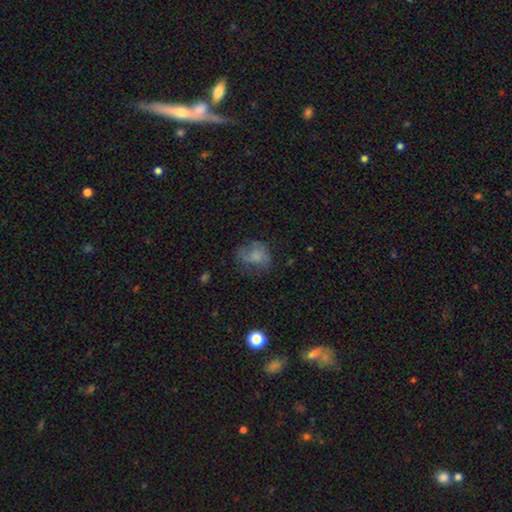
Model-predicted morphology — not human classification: This appears to be a smooth galaxy with no disk features (64%) that is in between round and cigar-shaped (50%). Merging: none (46%).